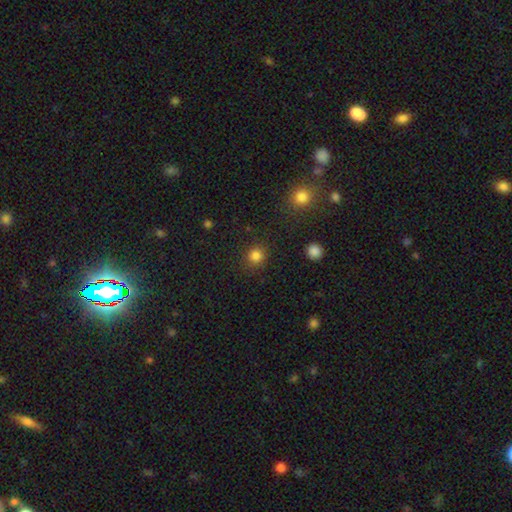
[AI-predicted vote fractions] Smooth or featured? smooth (82%)
How rounded? round (86%)
Merging? none (86%)